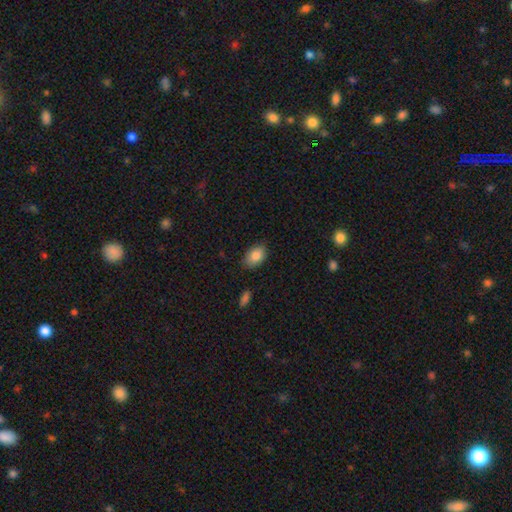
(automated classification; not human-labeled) Overall: smooth (85%). How rounded: in between (87%). Merging: none (82%).